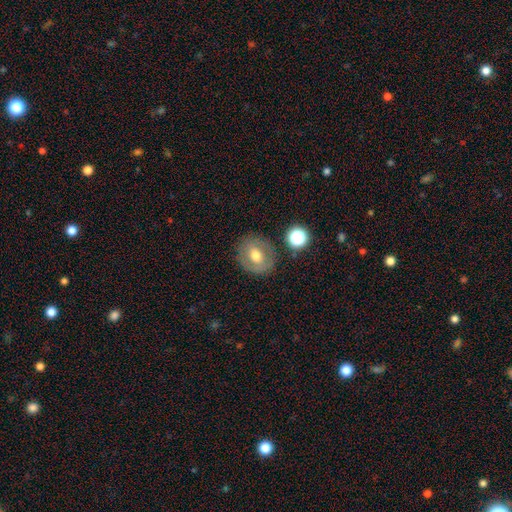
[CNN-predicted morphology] A smooth galaxy with no disk features (55%) that is round (62%).

Vote fractions:
- Smooth or featured? smooth: 55% / featured or disk: 36% / star or artifact: 9%
- How rounded? round: 62% / in between: 37% / cigar-shaped: 1%
- Merging? none: 82% / minor disturbance: 11% / major disturbance: 4% / merger: 3%